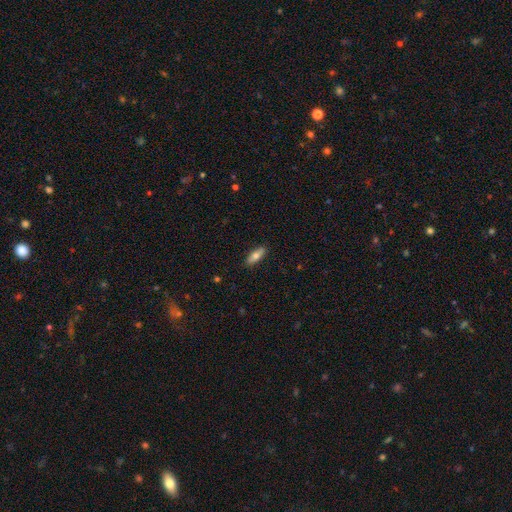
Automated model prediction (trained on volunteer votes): Smooth or featured? Predicted: smooth (p=0.71). How rounded? Predicted: in between (p=0.65). Merging? Predicted: none (p=0.89).